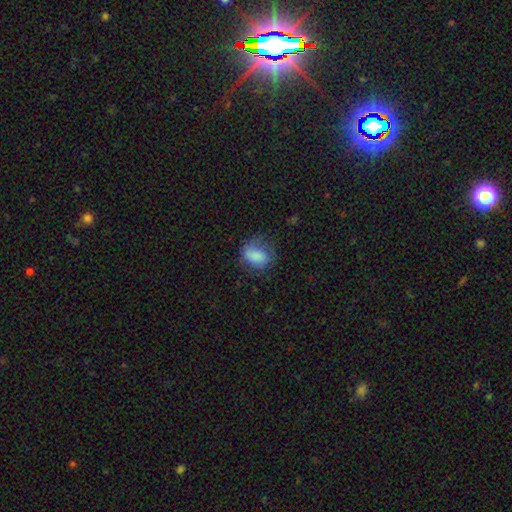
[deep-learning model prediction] A smooth galaxy with no disk features (79%) that is in between round and cigar-shaped (68%).

Vote fractions:
- Smooth or featured? smooth: 79% / featured or disk: 13% / star or artifact: 9%
- How rounded? in between: 68% / round: 31% / cigar-shaped: 1%
- Merging? none: 51% / minor disturbance: 29% / major disturbance: 19% / merger: 2%